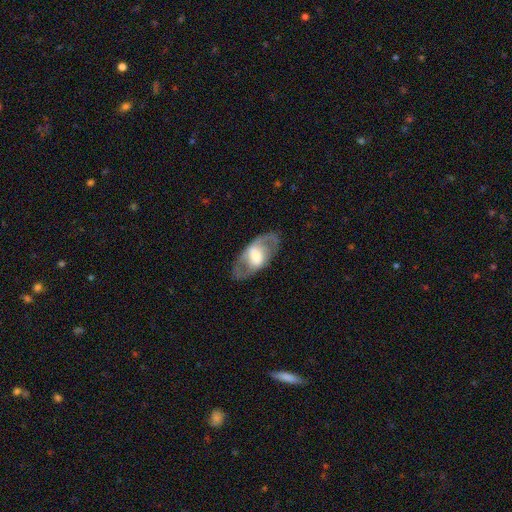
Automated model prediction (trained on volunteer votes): This is likely a featured or disk galaxy (66%). It is clearly not viewed edge-on (88%). Bar: marginally weak (38%). Spiral arm pattern: possibly yes (55%). Central bulge: marginally moderate (40%). Merging: likely none (79%).